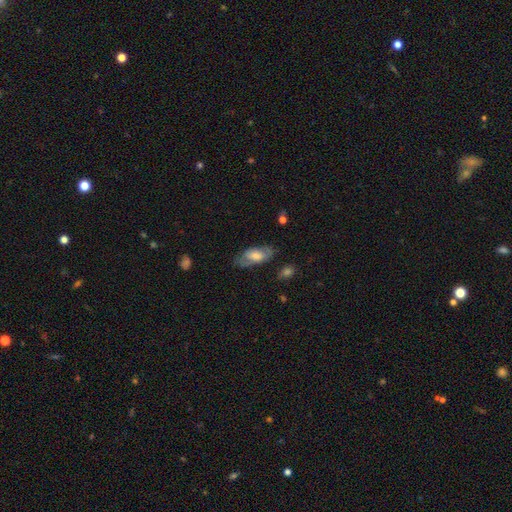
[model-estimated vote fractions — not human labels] Smooth or featured? smooth (55%)
How rounded? in between (87%)
Merging? none (66%)